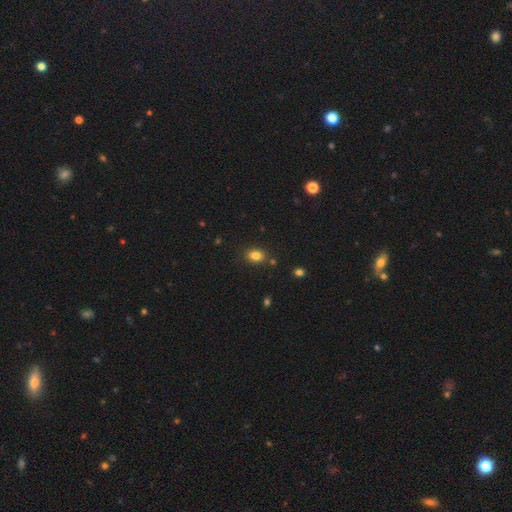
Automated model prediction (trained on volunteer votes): A smooth galaxy with no disk features (83%) that is in between round and cigar-shaped (69%).

Vote fractions:
- Smooth or featured? smooth: 83% / star or artifact: 11% / featured or disk: 6%
- How rounded? in between: 69% / round: 30% / cigar-shaped: 1%
- Merging? none: 82% / minor disturbance: 11% / merger: 4% / major disturbance: 3%